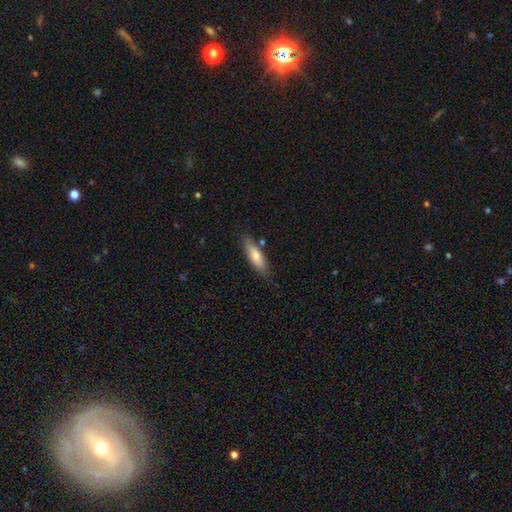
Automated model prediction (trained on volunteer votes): smooth 75%, featured or disk 19%, star or artifact 6%. Down the decision tree: how rounded — cigar-shaped (55%); merging — none (80%).